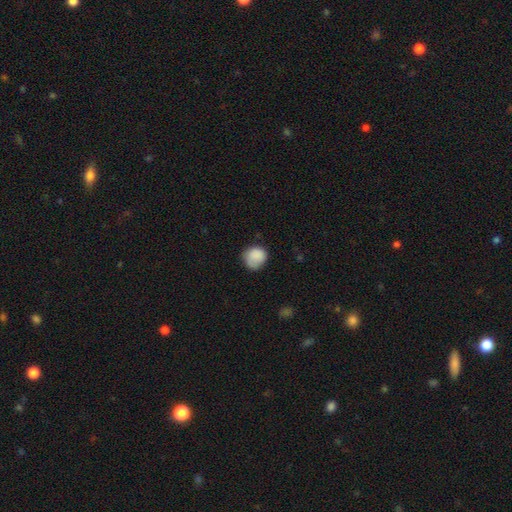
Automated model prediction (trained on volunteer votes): The model was most divided on "merging": none: 63%, minor disturbance: 26%, major disturbance: 9%, merger: 2%. More confident: smooth or featured — smooth (83%); how rounded — round (77%).